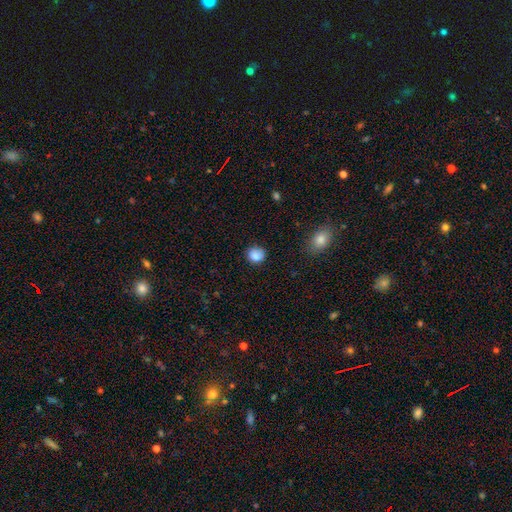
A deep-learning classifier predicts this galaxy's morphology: The model was most divided on "how rounded": round: 79%, in between: 20%, cigar-shaped: 1%. More confident: smooth or featured — smooth (86%); merging — none (79%).